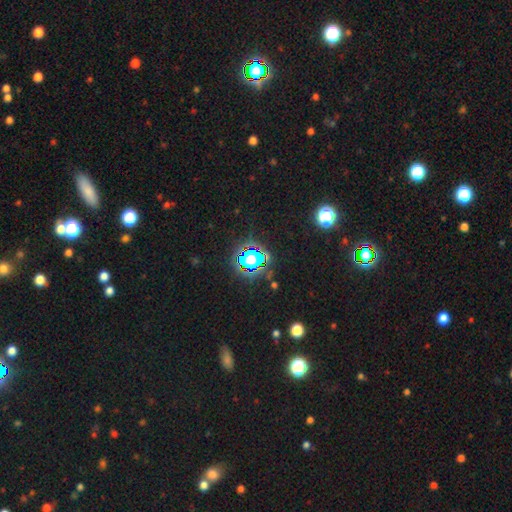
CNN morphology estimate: This appears to be a star or artifact, not a galaxy (64%).